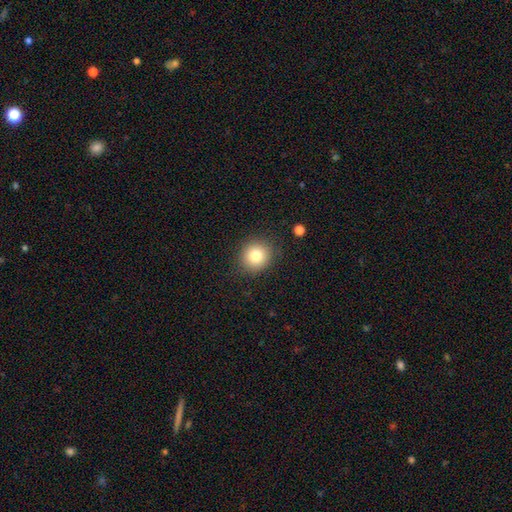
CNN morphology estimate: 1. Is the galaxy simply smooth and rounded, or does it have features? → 80% smooth, 11% star or artifact, 9% featured or disk.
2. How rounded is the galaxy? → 87% round, 12% in between, 1% cigar-shaped.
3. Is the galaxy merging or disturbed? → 88% none, 8% minor disturbance, 3% major disturbance, 1% merger.